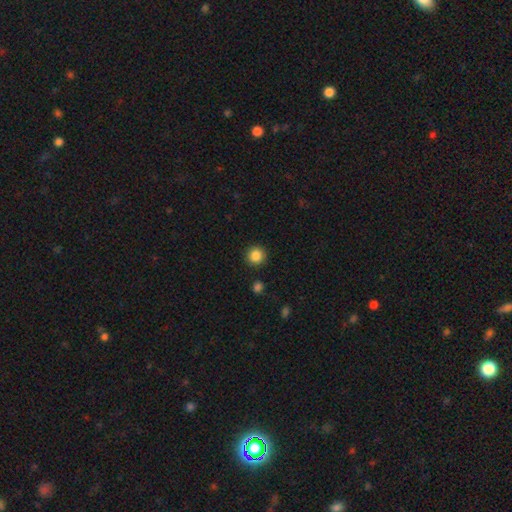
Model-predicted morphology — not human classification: This appears to be a smooth galaxy with no disk features (86%) that is round (94%). Merging: none (91%).